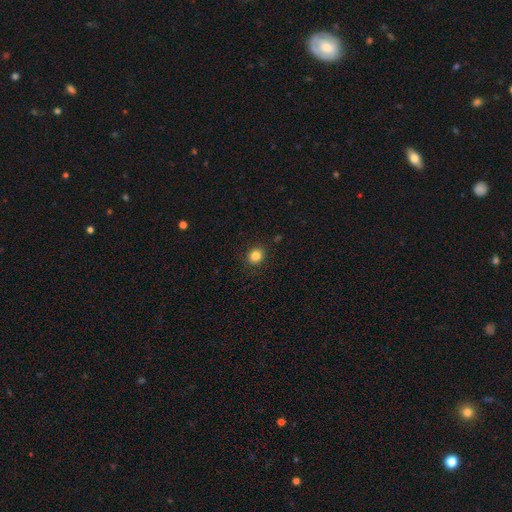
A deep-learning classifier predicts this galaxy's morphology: smooth_or_featured: smooth (p=0.83) [alt: star or artifact p=0.12]
how_rounded: round (p=0.81) [alt: in between p=0.18]
merging: none (p=0.90) [alt: minor disturbance p=0.07]